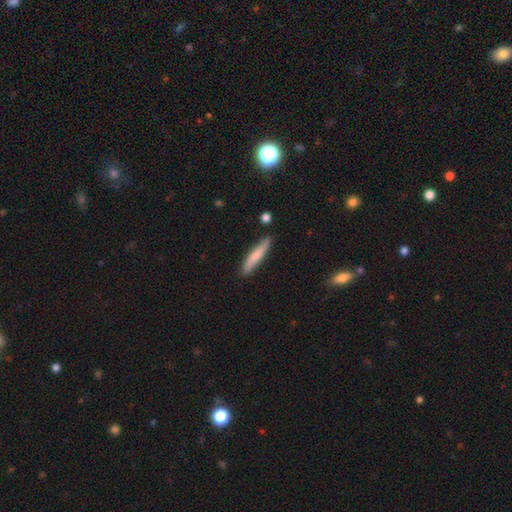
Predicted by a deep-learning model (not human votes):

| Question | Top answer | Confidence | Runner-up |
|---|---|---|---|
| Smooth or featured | smooth | 71% | featured or disk (23%) |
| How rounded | cigar-shaped | 89% | in between (9%) |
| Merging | none | 82% | minor disturbance (13%) |